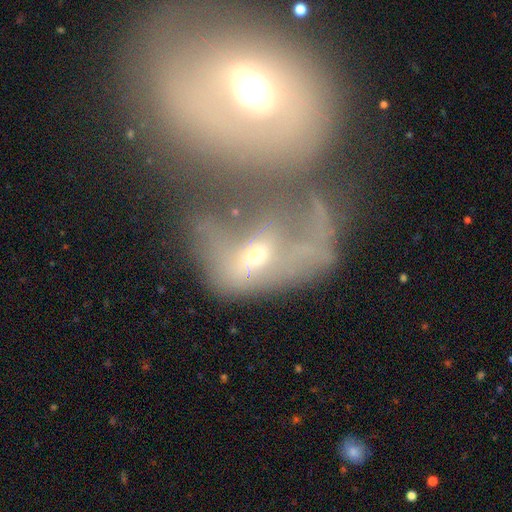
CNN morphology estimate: featured or disk 54%, smooth 33%, star or artifact 13%. Down the decision tree: edge-on disk — no (94%); bar — no (69%); spiral arms — no (66%); bulge size — moderate (58%); merging — merger (70%).